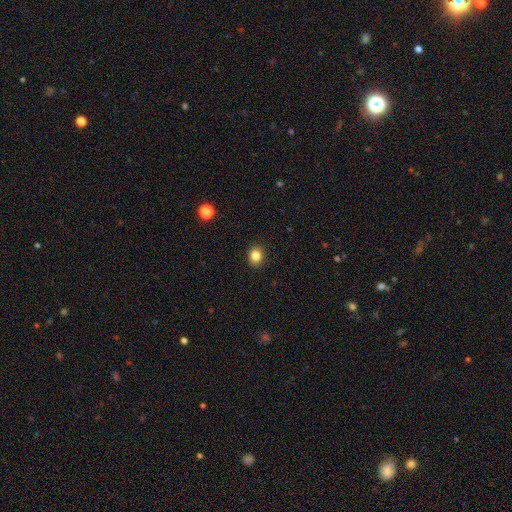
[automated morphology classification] Smooth or featured?
  - smooth: 84% *
  - star or artifact: 11%
  - featured or disk: 5%
How rounded?
  - round: 60% *
  - in between: 39%
  - cigar-shaped: 1%
Merging?
  - none: 91% *
  - minor disturbance: 7%
  - major disturbance: 2%
  - merger: 1%